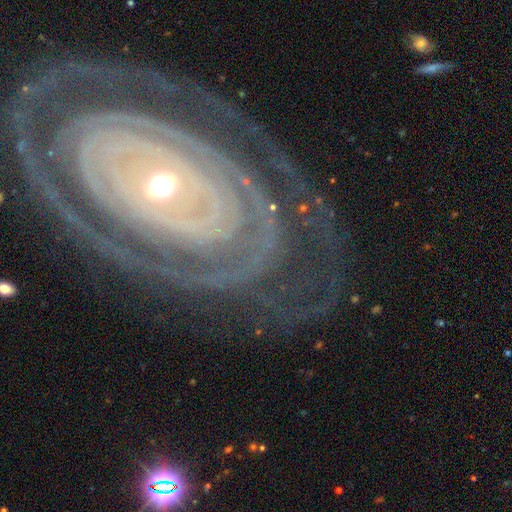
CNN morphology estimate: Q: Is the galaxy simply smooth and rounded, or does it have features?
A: featured or disk — 88%.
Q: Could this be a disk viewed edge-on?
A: no — 95%.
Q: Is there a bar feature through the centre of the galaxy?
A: no — 70%.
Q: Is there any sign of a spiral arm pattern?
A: yes — 90%.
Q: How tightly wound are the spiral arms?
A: tight — 86%.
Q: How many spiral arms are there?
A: can't tell — 32%.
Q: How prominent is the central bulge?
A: small — 49%.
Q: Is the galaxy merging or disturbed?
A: none — 77%.